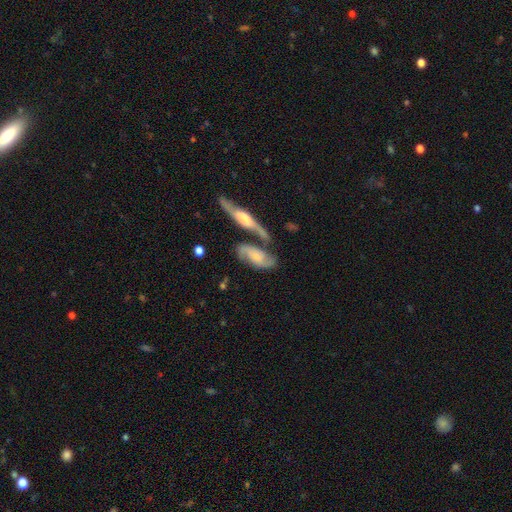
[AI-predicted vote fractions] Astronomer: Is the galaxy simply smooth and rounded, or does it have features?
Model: featured or disk — 74%.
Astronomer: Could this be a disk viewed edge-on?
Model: no — 87%.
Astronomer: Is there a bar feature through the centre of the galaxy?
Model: no — 58% (runner-up: weak, 33%).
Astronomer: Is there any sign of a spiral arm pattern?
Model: yes — 93%.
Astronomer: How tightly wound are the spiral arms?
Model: medium — 47% (runner-up: loose, 31%).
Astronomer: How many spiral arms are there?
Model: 2 — 86%.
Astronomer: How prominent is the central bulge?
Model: small — 47% (runner-up: moderate, 33%).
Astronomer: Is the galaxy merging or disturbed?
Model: none — 40% (runner-up: merger, 39%).